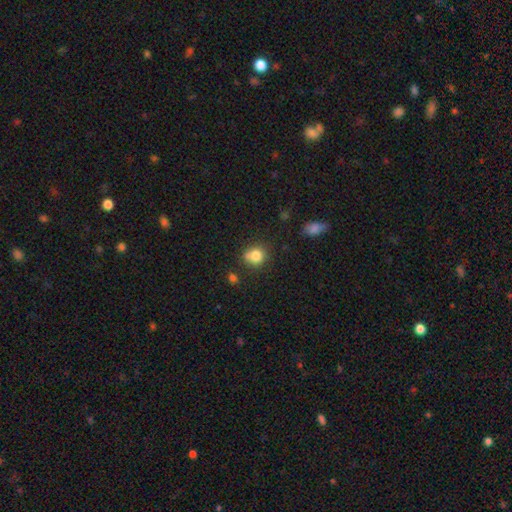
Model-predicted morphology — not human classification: type=smooth (81%); roundness=round (75%); merging=none (60%).